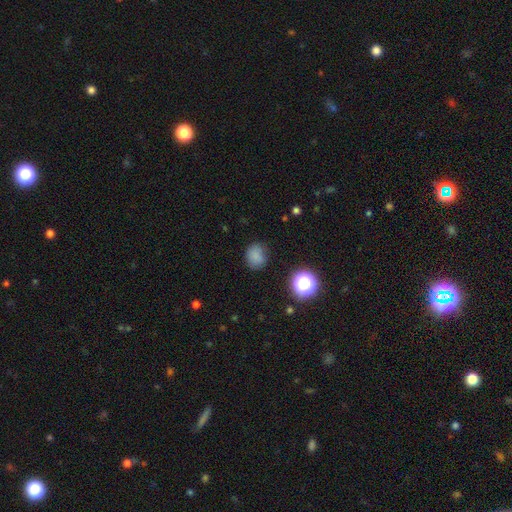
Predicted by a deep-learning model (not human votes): This is likely a smooth galaxy (78%). How rounded: likely round (63%). Merging: likely none (74%).